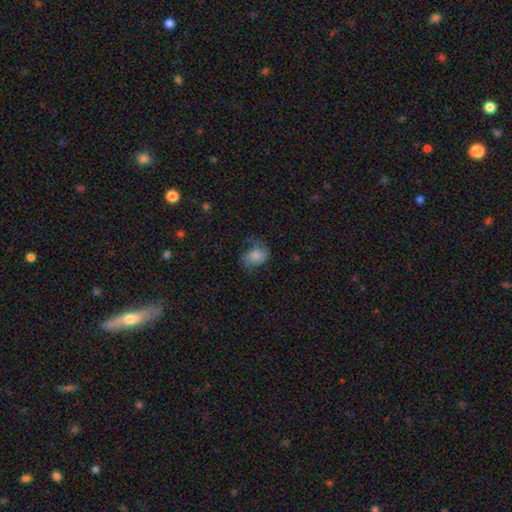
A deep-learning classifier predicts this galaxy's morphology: smooth 70%, featured or disk 20%, star or artifact 9%. Down the decision tree: how rounded — in between (67%); merging — none (46%).